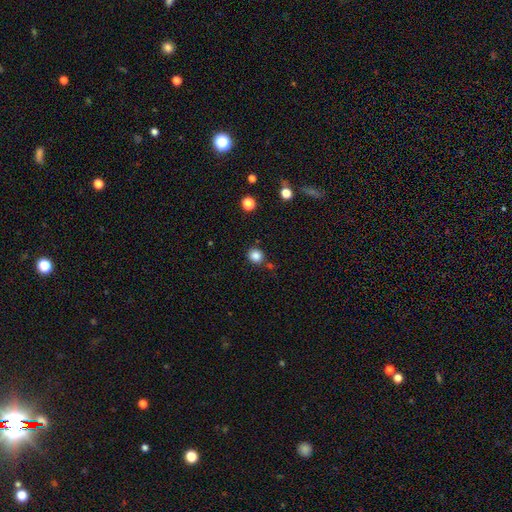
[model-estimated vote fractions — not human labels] A smooth galaxy with no disk features (84%) that is round (86%).

Vote fractions:
- Smooth or featured? smooth: 84% / star or artifact: 11% / featured or disk: 4%
- How rounded? round: 86% / in between: 13% / cigar-shaped: 1%
- Merging? none: 82% / minor disturbance: 10% / merger: 6% / major disturbance: 3%